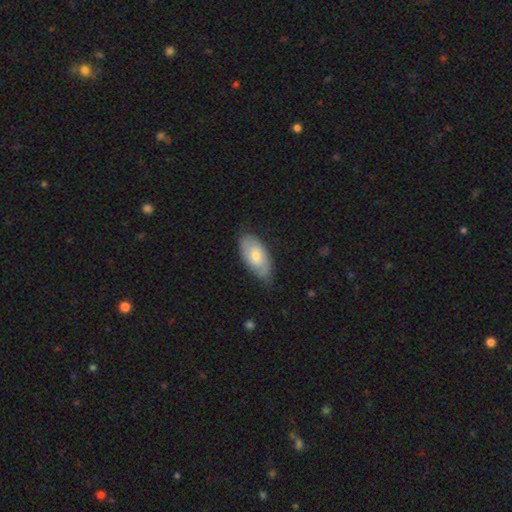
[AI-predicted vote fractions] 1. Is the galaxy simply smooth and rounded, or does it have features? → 62% smooth, 33% featured or disk, 5% star or artifact.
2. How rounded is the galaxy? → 93% in between, 4% cigar-shaped, 3% round.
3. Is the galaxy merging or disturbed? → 66% none, 27% minor disturbance, 5% major disturbance, 1% merger.